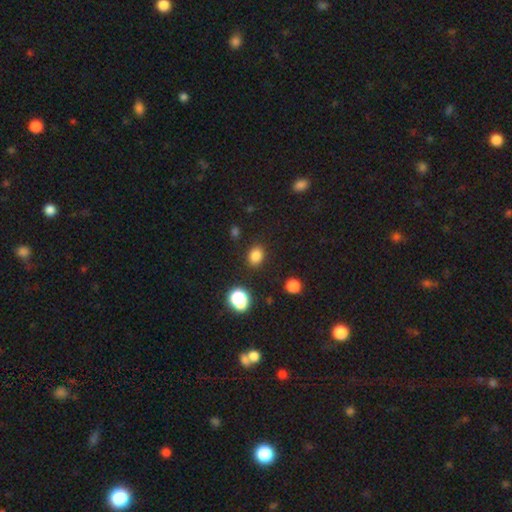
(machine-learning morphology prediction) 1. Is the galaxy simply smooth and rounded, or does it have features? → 83% smooth, 13% star or artifact, 4% featured or disk.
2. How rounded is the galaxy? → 56% in between, 43% round, 1% cigar-shaped.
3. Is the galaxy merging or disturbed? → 85% none, 10% minor disturbance, 3% major disturbance, 2% merger.